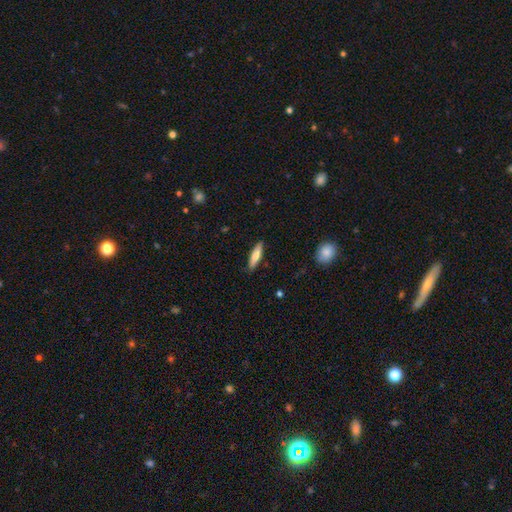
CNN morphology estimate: A smooth galaxy with no disk features (73%) that is cigar-shaped (75%). Merging: none (86%).